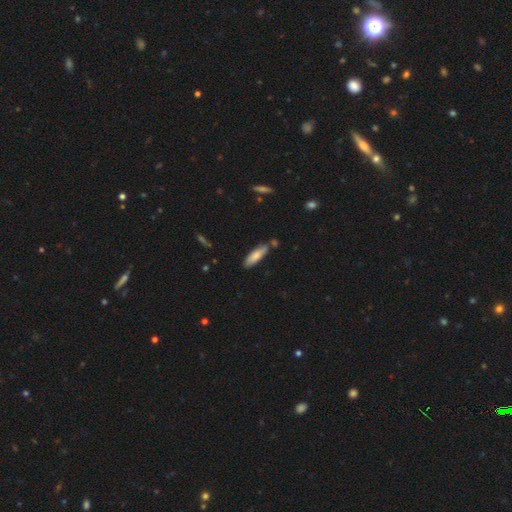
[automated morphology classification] The model was most divided on "how rounded": cigar-shaped: 56%, in between: 43%, round: 1%. More confident: smooth or featured — smooth (80%); merging — none (75%).